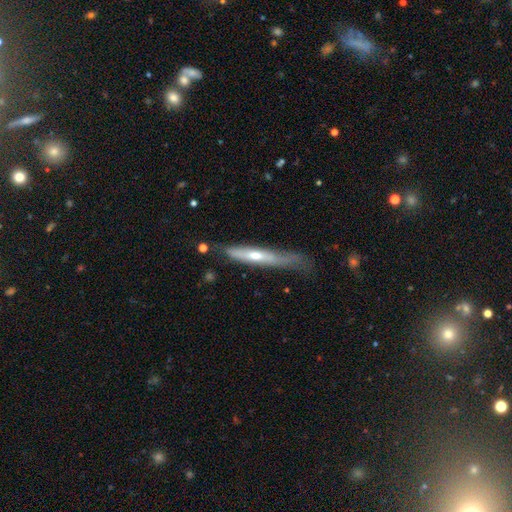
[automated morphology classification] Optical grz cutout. It shows a featured or disk galaxy (51%) viewed edge-on (81%). Merging: none (50%).